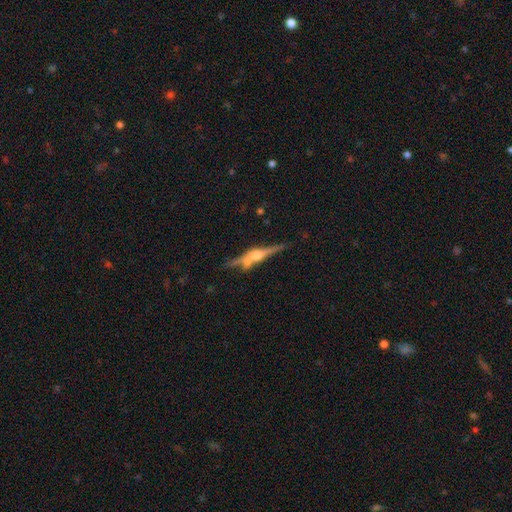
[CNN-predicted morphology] The model was most divided on "merging": none: 65%, merger: 15%, minor disturbance: 14%, major disturbance: 5%. More confident: edge-on disk — yes (95%); edge-on bulge — rounded (89%); smooth or featured — featured or disk (75%).